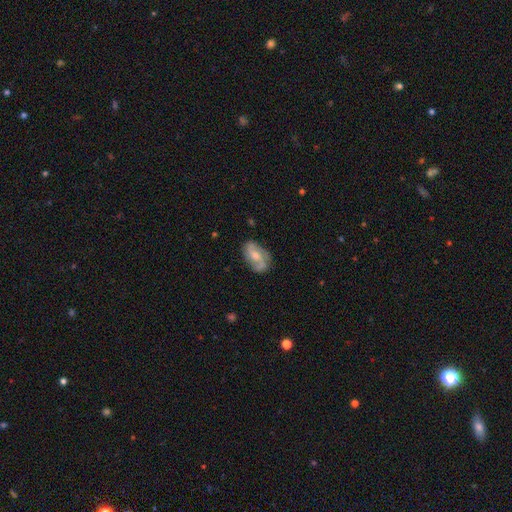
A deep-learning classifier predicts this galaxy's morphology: Smooth or featured? featured or disk (64%)
Edge-on disk? no (96%)
Bar? no (53%)
Spiral arms? yes (86%)
Spiral winding? medium (42%)
Spiral arm count? 2 (76%)
Bulge size? moderate (58%)
Merging? none (68%)